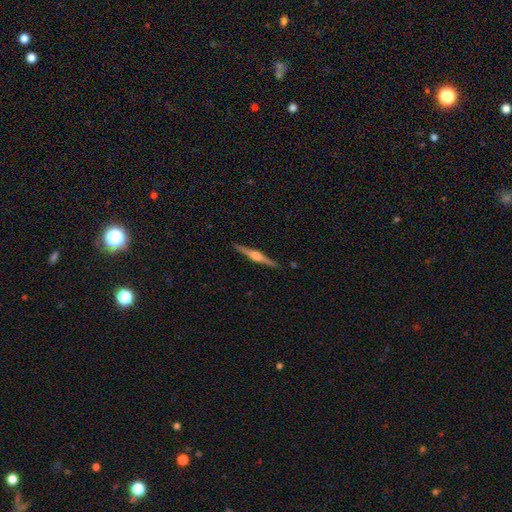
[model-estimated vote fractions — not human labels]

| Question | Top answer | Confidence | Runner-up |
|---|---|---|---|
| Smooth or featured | featured or disk | 82% | smooth (14%) |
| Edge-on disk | yes | 99% | no (1%) |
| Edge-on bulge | rounded | 83% | boxy (13%) |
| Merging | none | 92% | minor disturbance (6%) |